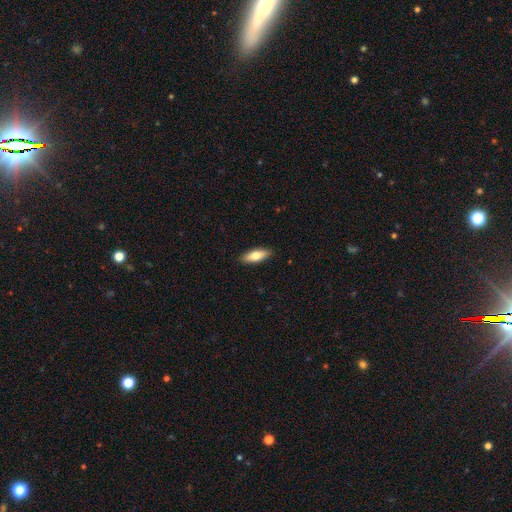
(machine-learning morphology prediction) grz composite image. It shows a smooth galaxy with no disk features (74%) that is in between round and cigar-shaped (71%). Merging: none (89%).